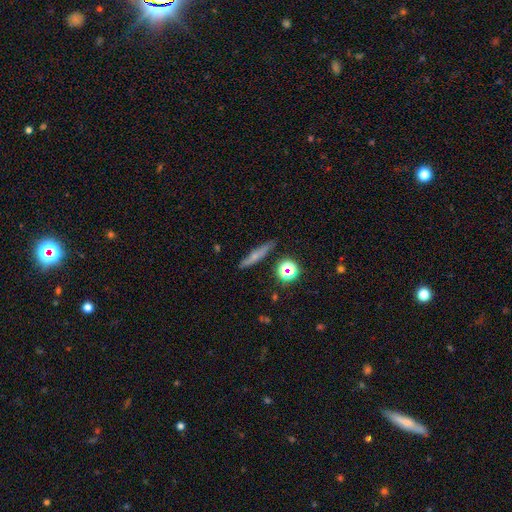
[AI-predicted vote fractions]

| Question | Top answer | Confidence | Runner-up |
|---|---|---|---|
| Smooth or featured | smooth | 52% | featured or disk (34%) |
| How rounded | cigar-shaped | 82% | in between (11%) |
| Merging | none | 82% | minor disturbance (12%) |